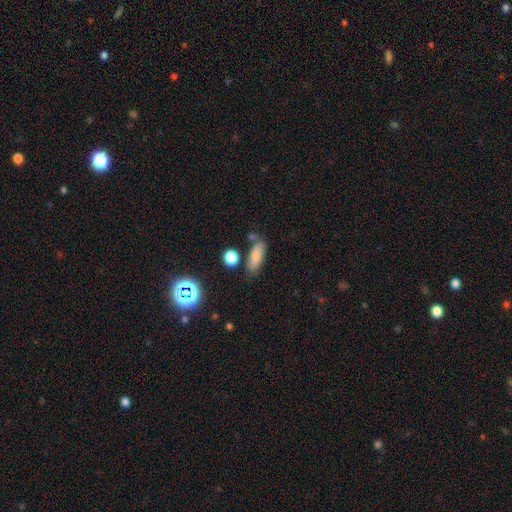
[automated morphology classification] Smooth or featured?
  - smooth: 79% *
  - featured or disk: 11%
  - star or artifact: 10%
How rounded?
  - in between: 64% *
  - cigar-shaped: 31%
  - round: 5%
Merging?
  - none: 70% *
  - minor disturbance: 16%
  - merger: 9%
  - major disturbance: 5%